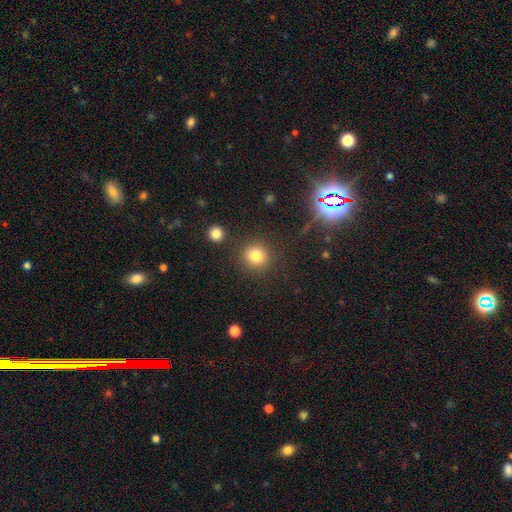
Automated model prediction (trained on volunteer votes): Morphology: type=smooth (81%); roundness=round (90%); merging=none (86%).